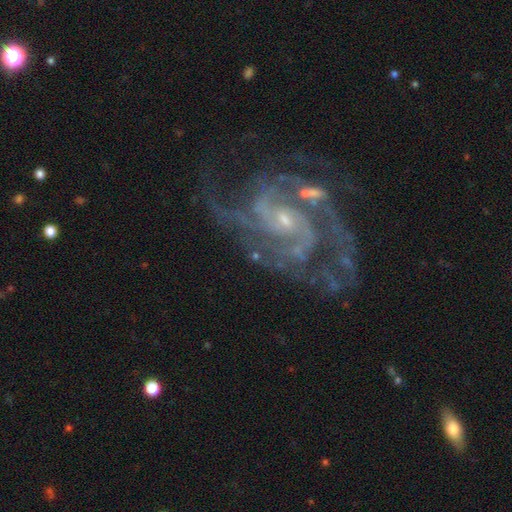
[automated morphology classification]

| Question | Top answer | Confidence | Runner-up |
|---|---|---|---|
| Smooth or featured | featured or disk | 91% | star or artifact (6%) |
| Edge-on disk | no | 98% | yes (2%) |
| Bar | no | 54% | weak (36%) |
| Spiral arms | yes | 98% | no (2%) |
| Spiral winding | medium | 49% | tight (42%) |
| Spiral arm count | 2 | 36% | 3 (26%) |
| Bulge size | small | 77% | moderate (17%) |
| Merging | none | 59% | minor disturbance (19%) |